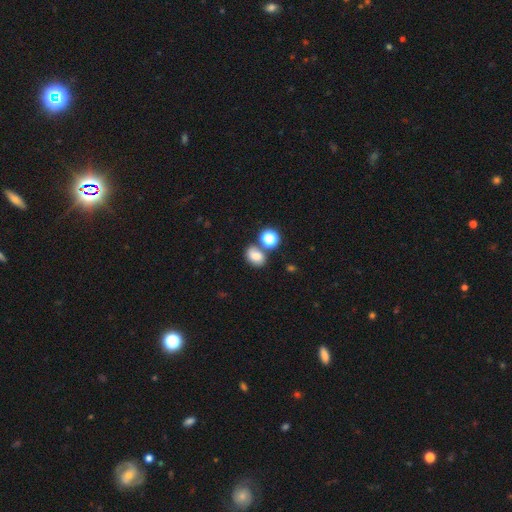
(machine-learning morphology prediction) Smooth or featured: smooth — 74% (star or artifact — 15%)
How rounded: in between — 64% (round — 35%)
Merging: none — 54% (merger — 24%)